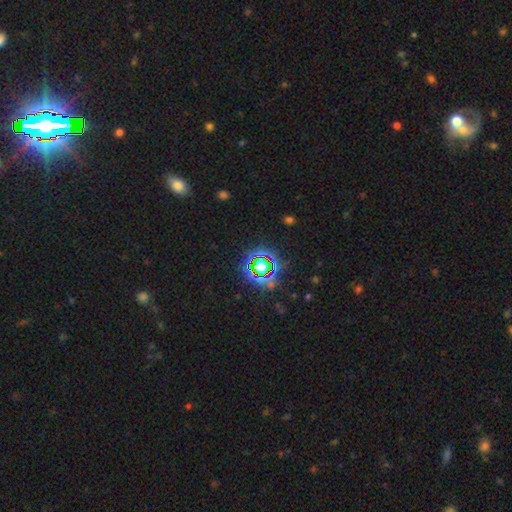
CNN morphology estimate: Smooth or featured? star or artifact (72%)